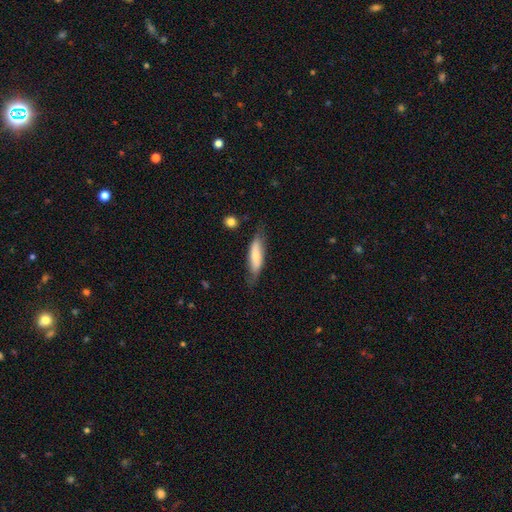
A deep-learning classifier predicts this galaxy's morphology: Smooth or featured? smooth (62%)
How rounded? cigar-shaped (59%)
Merging? none (64%)